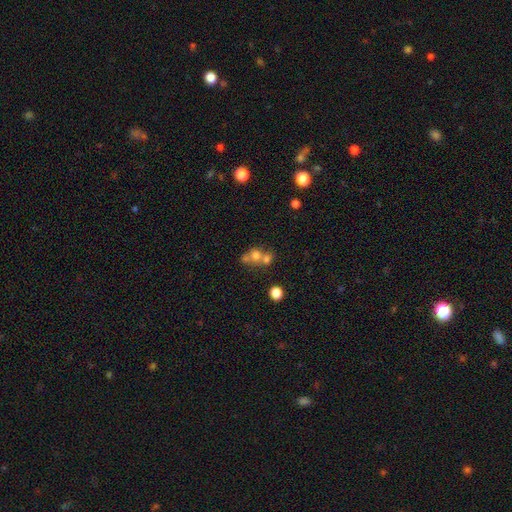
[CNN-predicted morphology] This appears to be a smooth galaxy with no disk features (63%) that is round (72%). Merging: merger (58%).